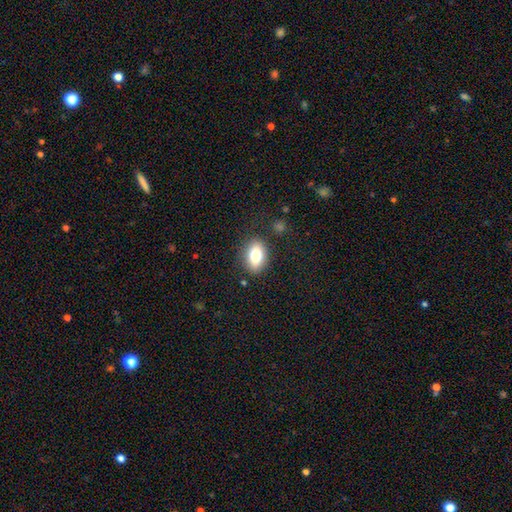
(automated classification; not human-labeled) This is likely a smooth galaxy (80%). How rounded: clearly in between (86%). Merging: clearly none (83%).